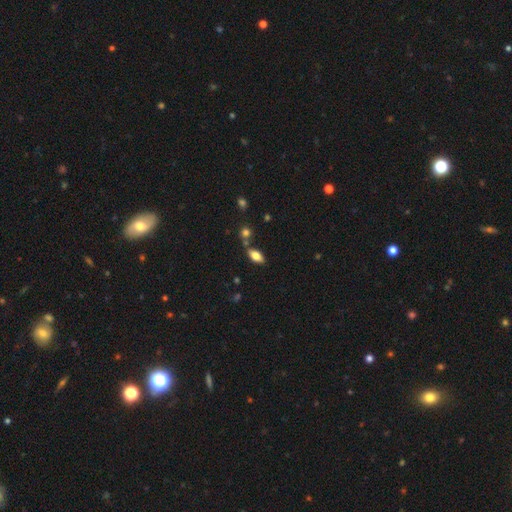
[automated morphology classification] This is likely a smooth galaxy (77%). How rounded: clearly in between (88%). Merging: likely none (69%).